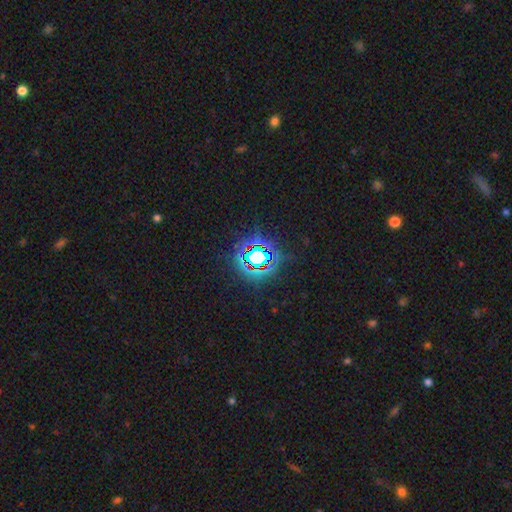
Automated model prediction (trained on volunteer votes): This is likely a star or artifact rather than a galaxy (74%).